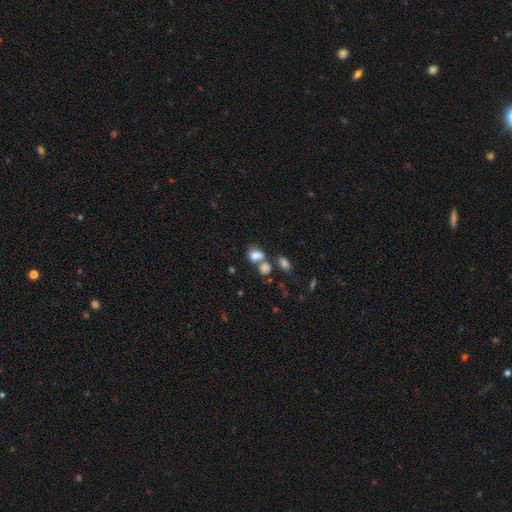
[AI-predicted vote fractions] Smooth or featured?
  - smooth: 77% *
  - star or artifact: 12%
  - featured or disk: 11%
How rounded?
  - in between: 66% *
  - round: 32%
  - cigar-shaped: 2%
Merging?
  - merger: 49% *
  - none: 31%
  - minor disturbance: 12%
  - major disturbance: 8%